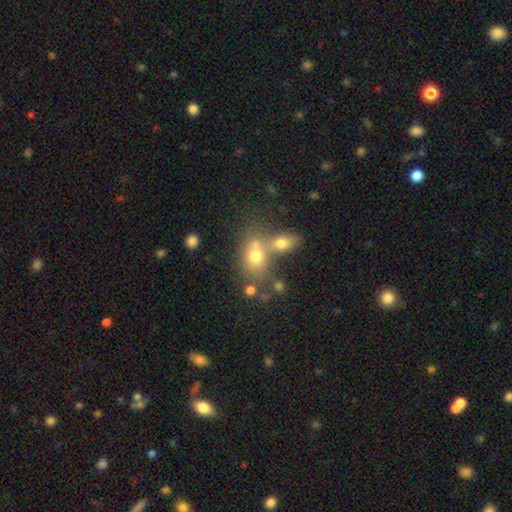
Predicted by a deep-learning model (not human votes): smooth-or-featured: smooth: 69% | featured or disk: 18% | star or artifact: 14%
  how-rounded: in between: 58% | round: 40% | cigar-shaped: 2%
  merging: merger: 50% | none: 35% | minor disturbance: 10% | major disturbance: 5%